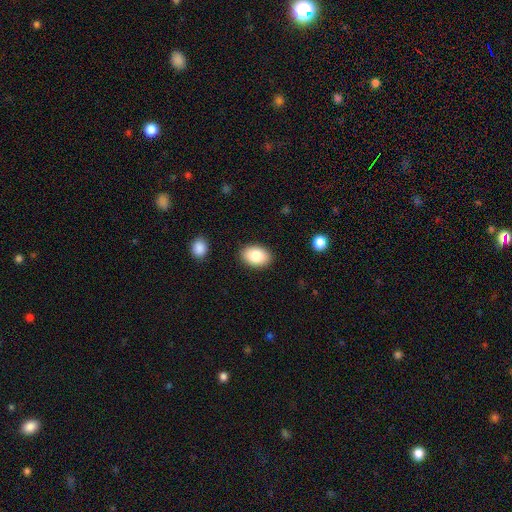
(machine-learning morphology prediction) Overall: smooth (85%). How rounded: in between (85%). Merging: none (88%).